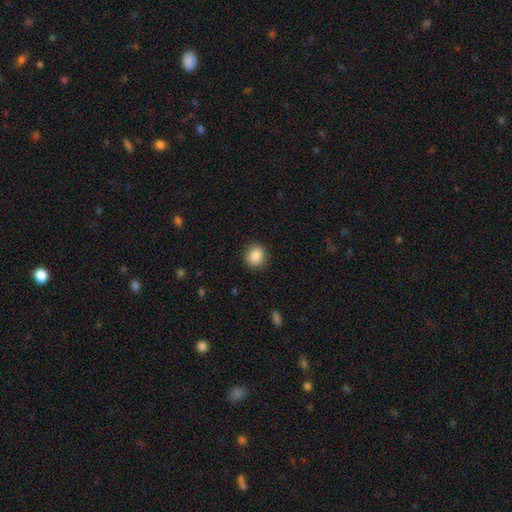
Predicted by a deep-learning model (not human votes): smooth-or-featured: smooth: 87% | star or artifact: 8% | featured or disk: 4%
  how-rounded: round: 75% | in between: 24% | cigar-shaped: 1%
  merging: none: 89% | minor disturbance: 8% | major disturbance: 2% | merger: 1%